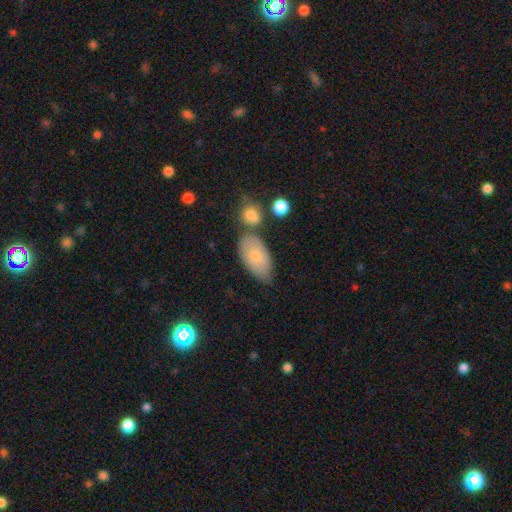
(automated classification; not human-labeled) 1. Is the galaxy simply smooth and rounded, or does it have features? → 74% smooth, 20% featured or disk, 7% star or artifact.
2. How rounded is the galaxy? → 92% in between, 5% round, 3% cigar-shaped.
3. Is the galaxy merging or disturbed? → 56% none, 22% minor disturbance, 16% merger, 6% major disturbance.